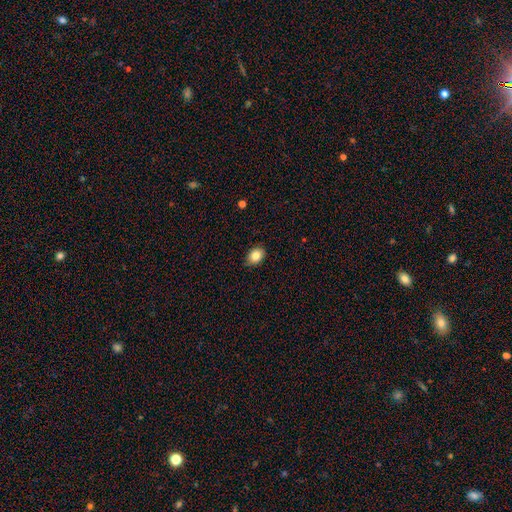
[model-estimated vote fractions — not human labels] Overall: smooth (84%). How rounded: in between (69%; round 30%). Merging: none (85%).